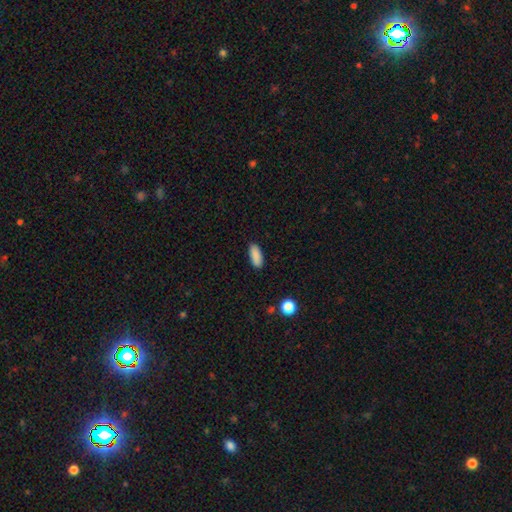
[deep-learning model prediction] Smooth or featured?
  - smooth: 89% *
  - star or artifact: 7%
  - featured or disk: 4%
How rounded?
  - in between: 79% *
  - cigar-shaped: 19%
  - round: 2%
Merging?
  - none: 87% *
  - minor disturbance: 9%
  - major disturbance: 2%
  - merger: 1%